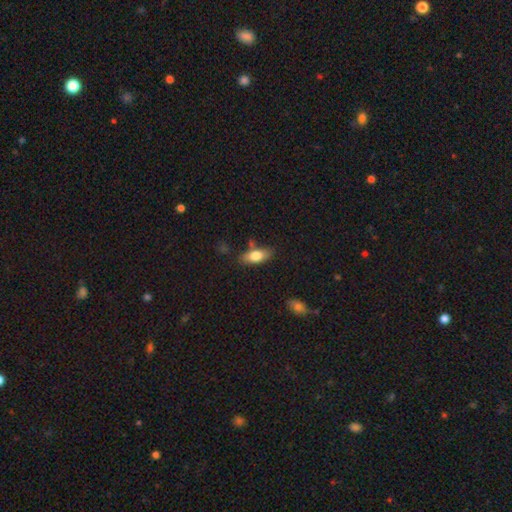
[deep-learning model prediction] This is likely a smooth galaxy (75%). How rounded: likely in between (80%). Merging: likely none (72%).